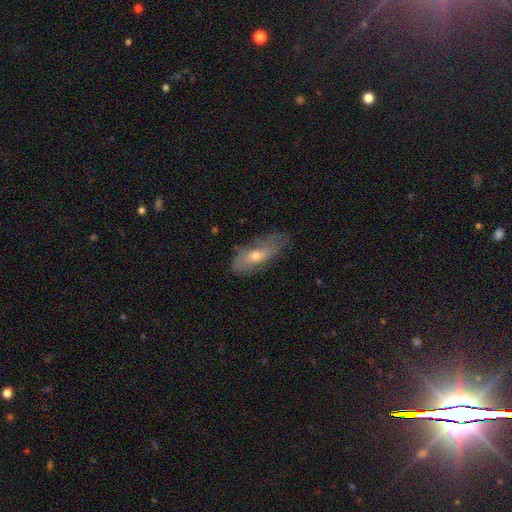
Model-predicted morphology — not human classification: This is possibly a featured or disk galaxy (48%). Merging: likely none (64%).